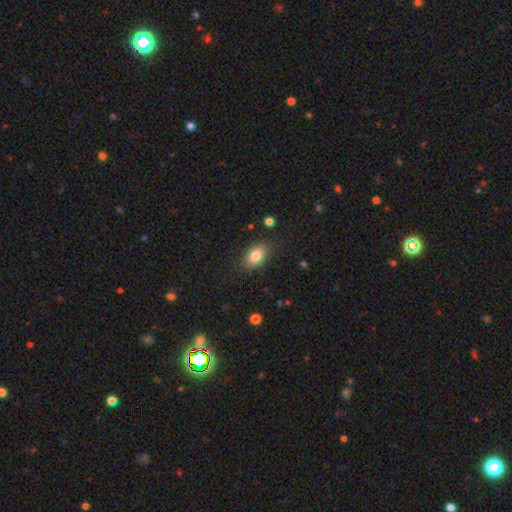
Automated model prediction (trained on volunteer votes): Overall: smooth (81%). How rounded: in between (85%). Merging: none (83%).